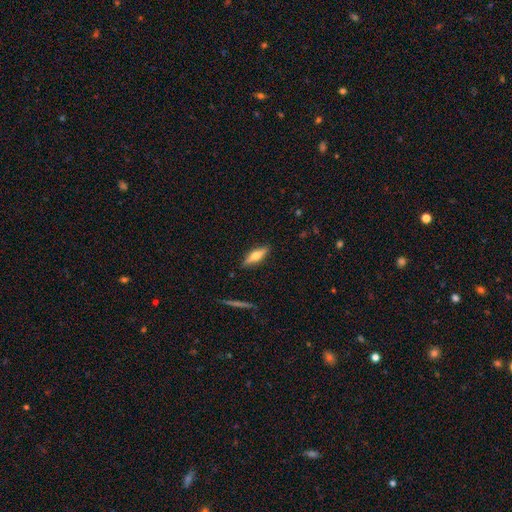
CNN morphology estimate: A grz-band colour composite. It shows a smooth galaxy with no disk features (51%) that is cigar-shaped (58%). Merging: none (88%).